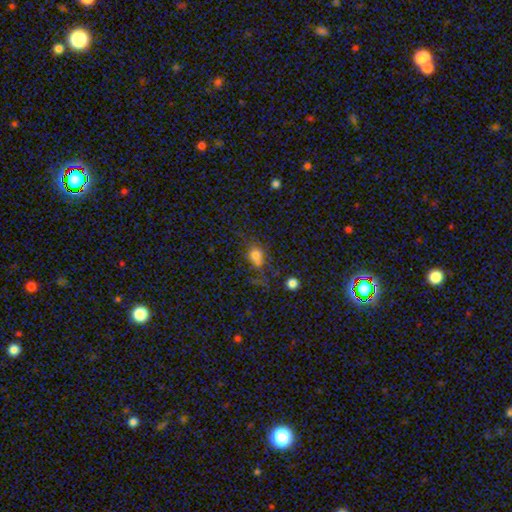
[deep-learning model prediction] Smooth or featured? smooth (62%)
How rounded? round (68%)
Merging? none (56%)